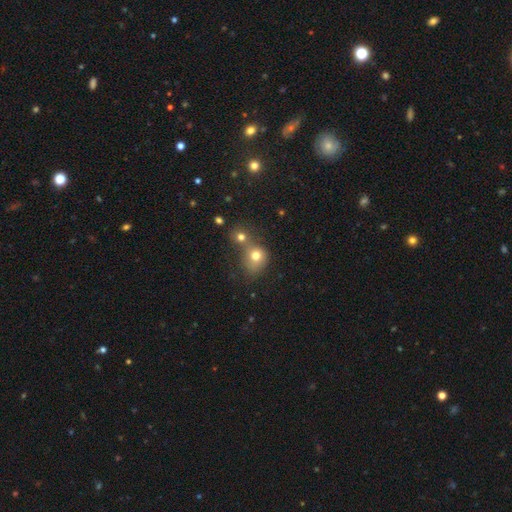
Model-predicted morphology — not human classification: type=smooth (75%); roundness=round (73%); merging=merger (50%).